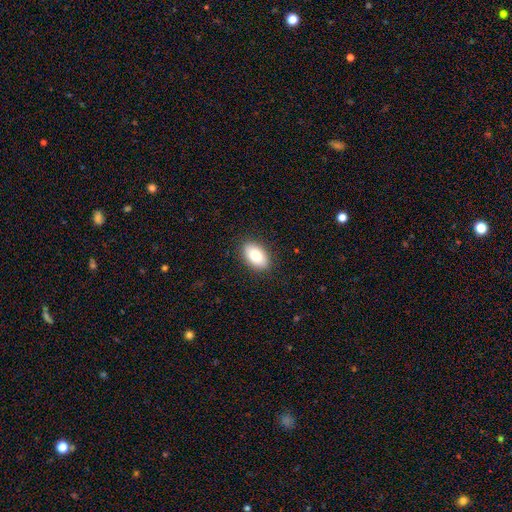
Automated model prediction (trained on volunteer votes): The model was most divided on "smooth or featured": smooth: 84%, featured or disk: 9%, star or artifact: 7%. More confident: how rounded — in between (92%); merging — none (88%).